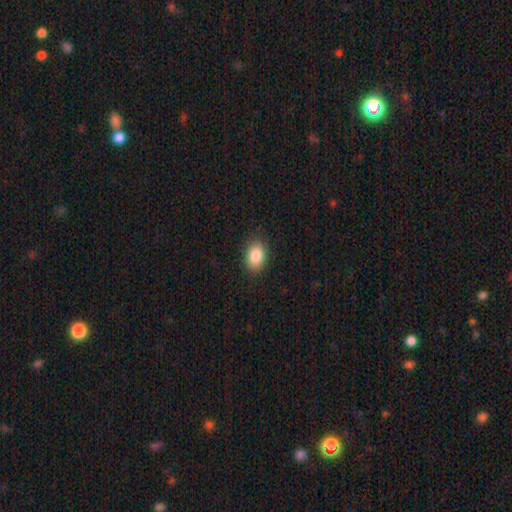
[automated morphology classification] Q: Smooth or featured?
A: smooth (85%); runner-up: star or artifact (8%)
Q: How rounded?
A: in between (73%); runner-up: round (26%)
Q: Merging?
A: none (87%); runner-up: minor disturbance (10%)